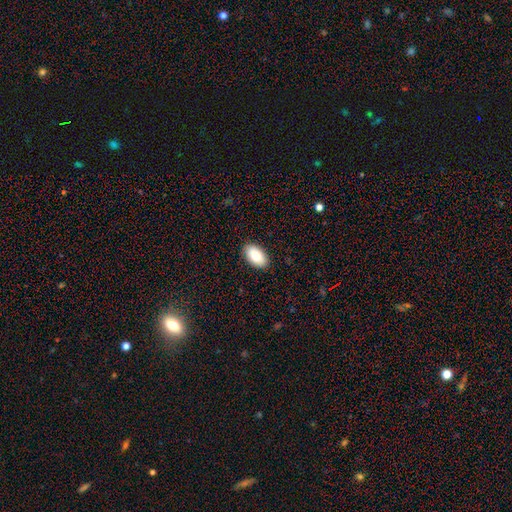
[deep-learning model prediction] The model was most divided on "smooth or featured": smooth: 87%, featured or disk: 7%, star or artifact: 6%. More confident: how rounded — in between (95%); merging — none (89%).